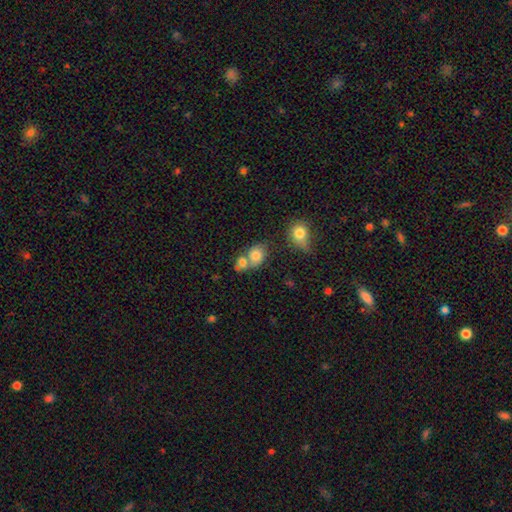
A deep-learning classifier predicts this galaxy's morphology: Overall: smooth (77%). How rounded: round (52%; in between 46%). Merging: merger (52%; none 34%).